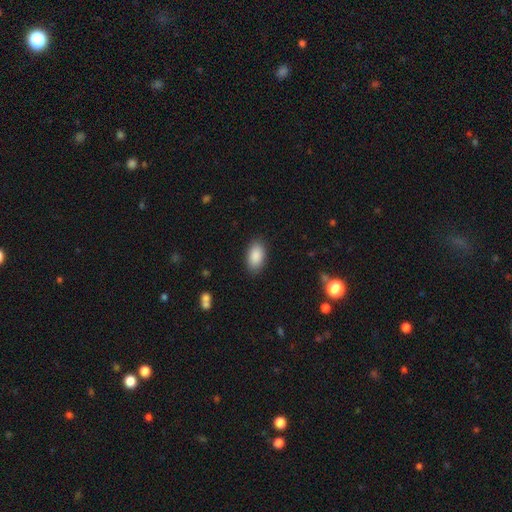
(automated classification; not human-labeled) Overall: smooth (89%). How rounded: in between (94%). Merging: none (87%).